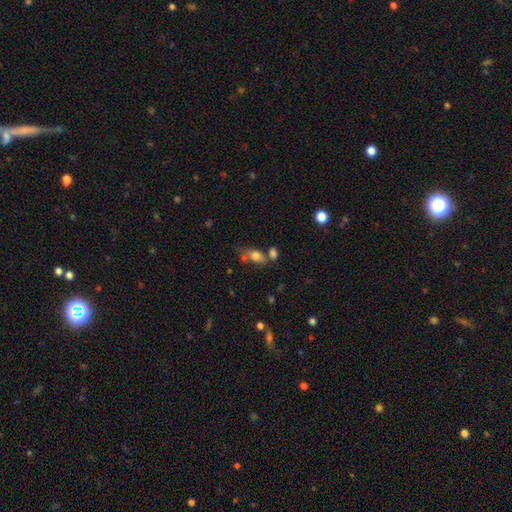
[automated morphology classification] type=smooth (76%); roundness=in between (82%); merging=none (45%).